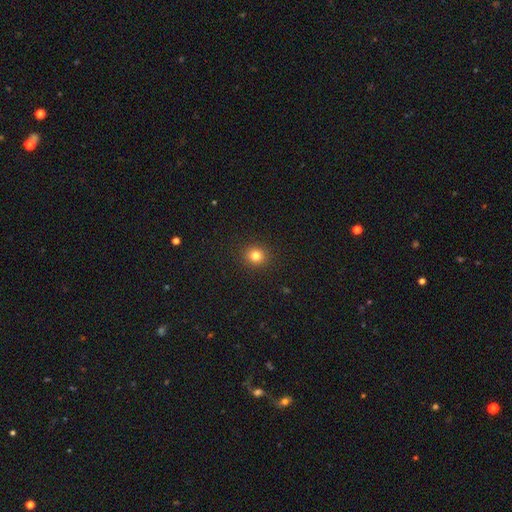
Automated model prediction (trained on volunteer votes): Morphology: type=smooth (81%); roundness=round (89%); merging=none (92%).